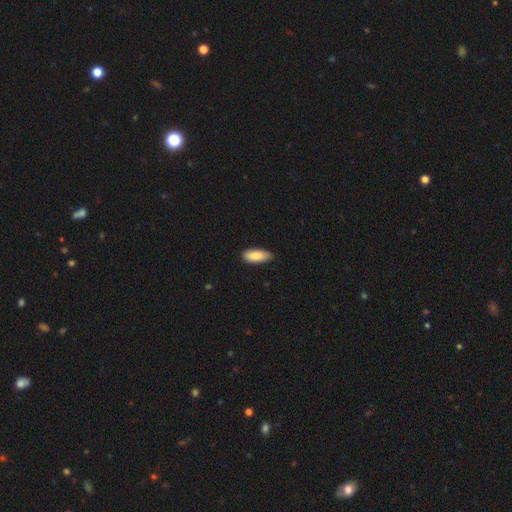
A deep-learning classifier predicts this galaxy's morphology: Smooth or featured? Predicted: smooth (p=0.87). How rounded? Predicted: in between (p=0.79). Merging? Predicted: none (p=0.80).